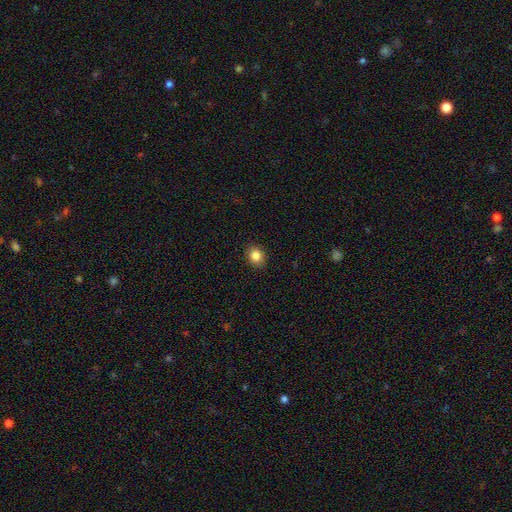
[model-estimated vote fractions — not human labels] A smooth galaxy with no disk features (85%) that is round (71%).

Vote fractions:
- Smooth or featured? smooth: 85% / star or artifact: 11% / featured or disk: 5%
- How rounded? round: 71% / in between: 28% / cigar-shaped: 1%
- Merging? none: 90% / minor disturbance: 7% / major disturbance: 2% / merger: 1%